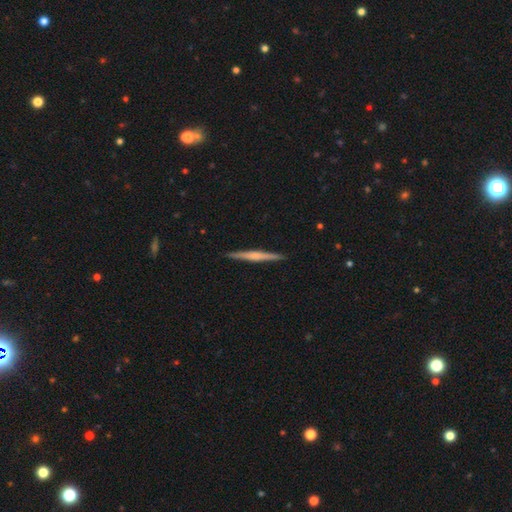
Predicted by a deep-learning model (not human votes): A featured or disk galaxy (66%) viewed edge-on (98%) with a rounded central bulge (56%). Merging: none (92%).